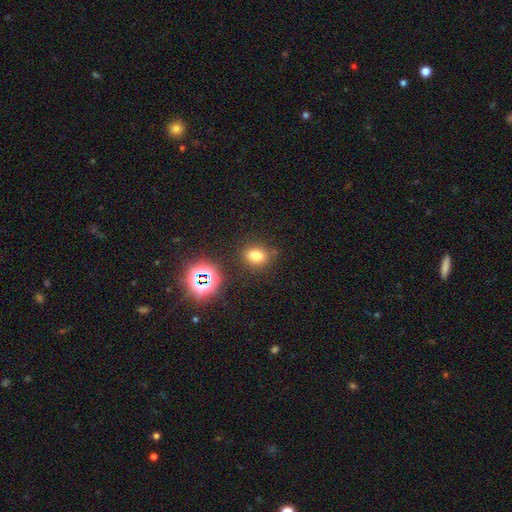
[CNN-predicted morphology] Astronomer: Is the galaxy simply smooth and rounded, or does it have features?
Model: smooth — 74%.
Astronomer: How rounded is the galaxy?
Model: in between — 50% (runner-up: round, 48%).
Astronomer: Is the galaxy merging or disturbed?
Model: none — 81%.